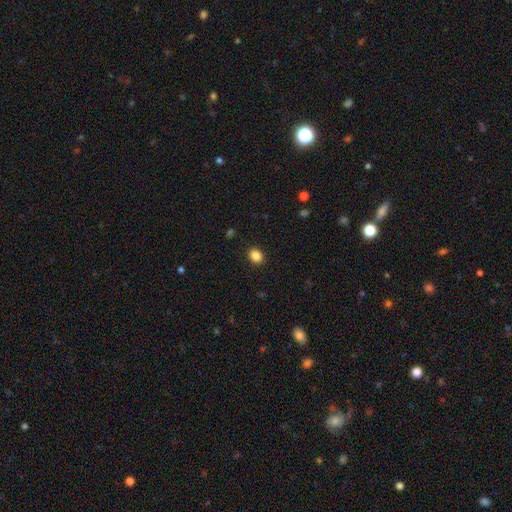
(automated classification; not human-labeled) Overall: smooth (87%). How rounded: round (50%; in between 49%). Merging: none (91%).